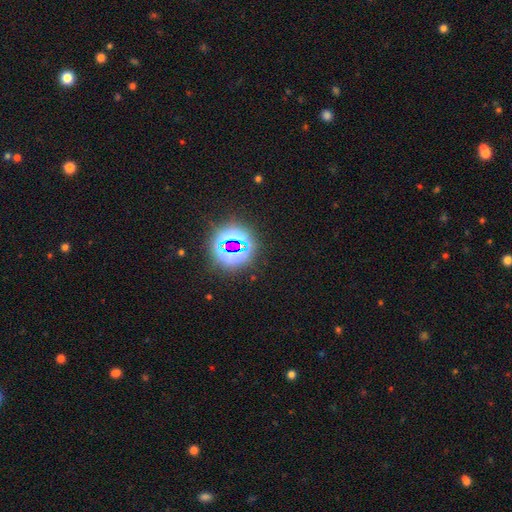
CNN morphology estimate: Smooth or featured? star or artifact (81%)